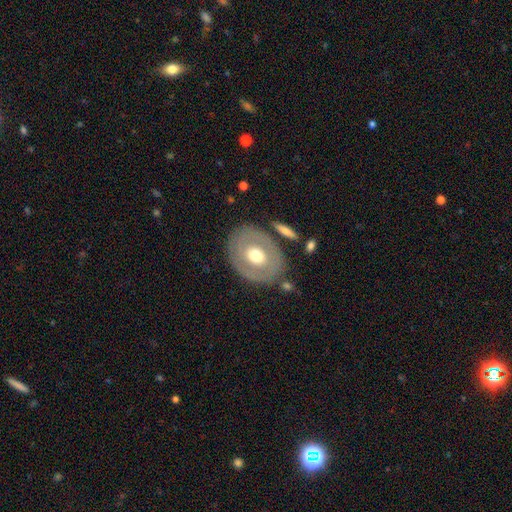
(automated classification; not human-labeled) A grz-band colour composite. It shows a featured or disk galaxy (50%). Merging: none (80%).